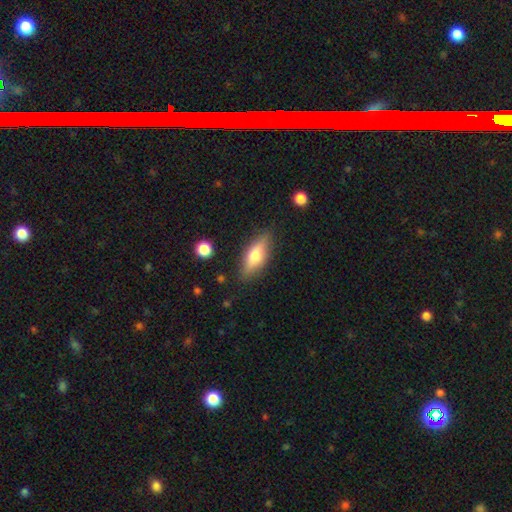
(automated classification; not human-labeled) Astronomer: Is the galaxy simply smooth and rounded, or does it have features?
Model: smooth — 60%.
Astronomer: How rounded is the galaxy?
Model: in between — 61%.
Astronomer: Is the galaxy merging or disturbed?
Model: none — 84%.